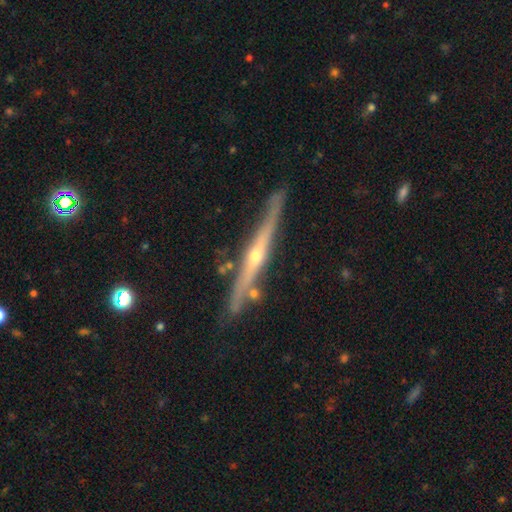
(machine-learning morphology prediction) A featured or disk galaxy (83%) viewed edge-on (96%) with a rounded central bulge (80%).

Vote fractions:
- Smooth or featured? featured or disk: 83% / smooth: 11% / star or artifact: 6%
- Edge-on disk? yes: 96% / no: 4%
- Edge-on bulge? rounded: 80% / none: 16% / boxy: 4%
- Merging? none: 81% / minor disturbance: 14% / merger: 3% / major disturbance: 2%